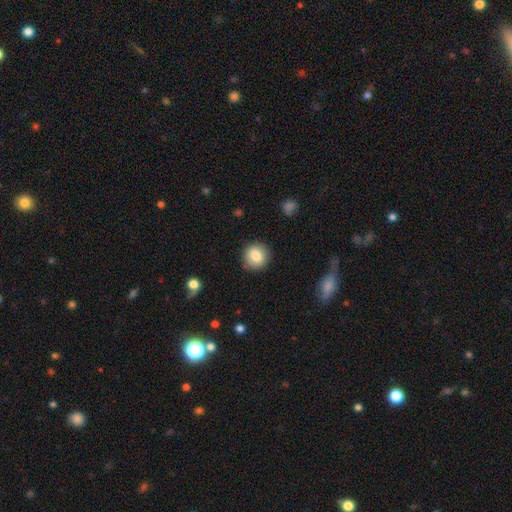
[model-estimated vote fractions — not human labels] smooth-or-featured: smooth: 83% | featured or disk: 9% | star or artifact: 8%
  how-rounded: round: 87% | in between: 12% | cigar-shaped: 1%
  merging: none: 88% | minor disturbance: 8% | major disturbance: 2% | merger: 1%